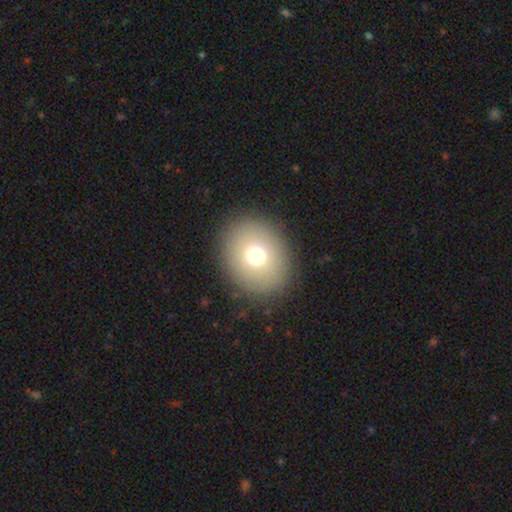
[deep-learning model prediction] The model was most divided on "how rounded": round: 56%, in between: 43%, cigar-shaped: 1%. More confident: merging — none (90%); smooth or featured — smooth (73%).